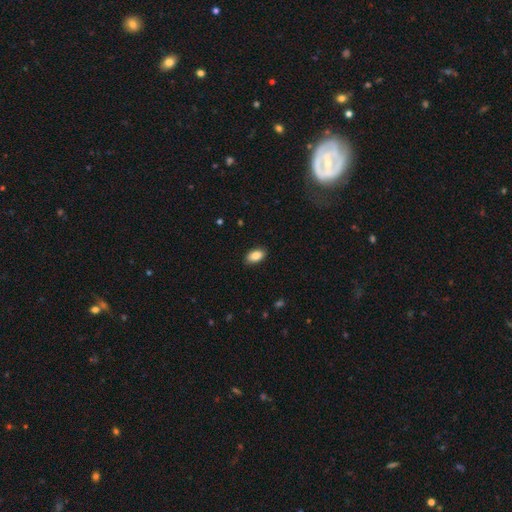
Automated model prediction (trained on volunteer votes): smooth_or_featured: smooth (p=0.87) [alt: star or artifact p=0.07]
how_rounded: in between (p=0.93) [alt: round p=0.05]
merging: none (p=0.88) [alt: minor disturbance p=0.09]